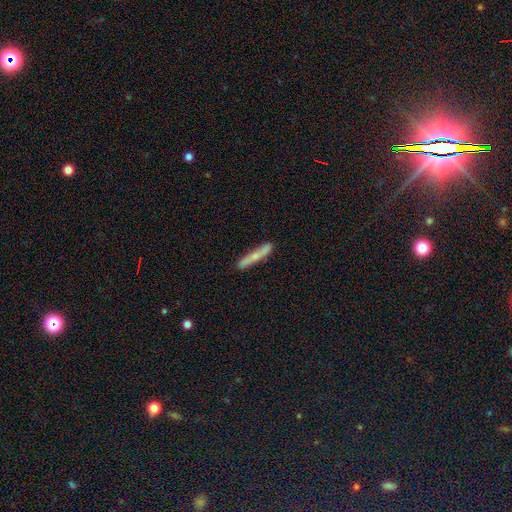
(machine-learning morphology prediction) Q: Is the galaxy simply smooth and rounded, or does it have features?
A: smooth — 60%.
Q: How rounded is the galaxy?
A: cigar-shaped — 93%.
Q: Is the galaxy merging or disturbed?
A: none — 84%.